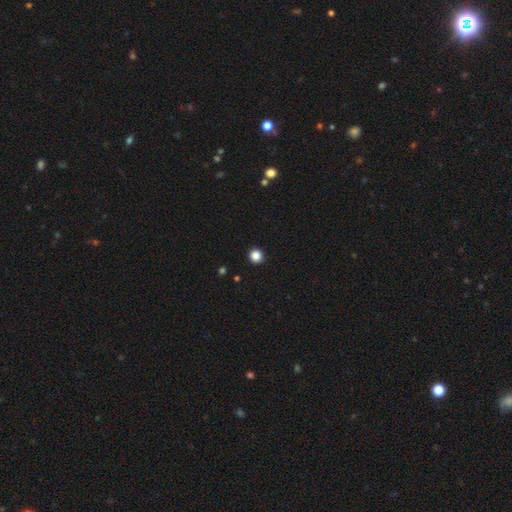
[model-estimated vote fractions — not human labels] smooth-or-featured: smooth: 86% | star or artifact: 11% | featured or disk: 3%
  how-rounded: round: 95% | in between: 4% | cigar-shaped: 1%
  merging: none: 94% | minor disturbance: 4% | major disturbance: 1% | merger: 1%